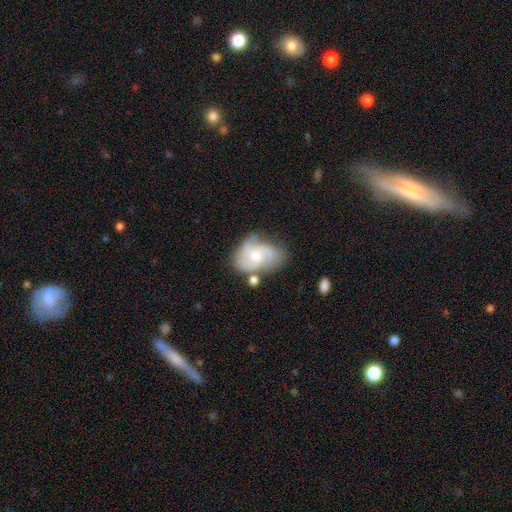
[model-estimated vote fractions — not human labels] A featured or disk galaxy (74%) with no bar (65%), 2 (51%) medium (49%) spiral arms (93%) and a moderate central bulge (52%). Merging: none (52%).